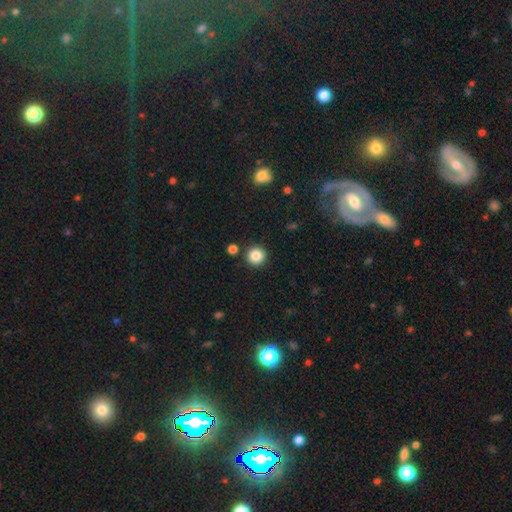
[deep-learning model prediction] Q: Smooth or featured?
A: smooth (86%); runner-up: star or artifact (10%)
Q: How rounded?
A: round (95%); runner-up: in between (4%)
Q: Merging?
A: none (89%); runner-up: minor disturbance (5%)